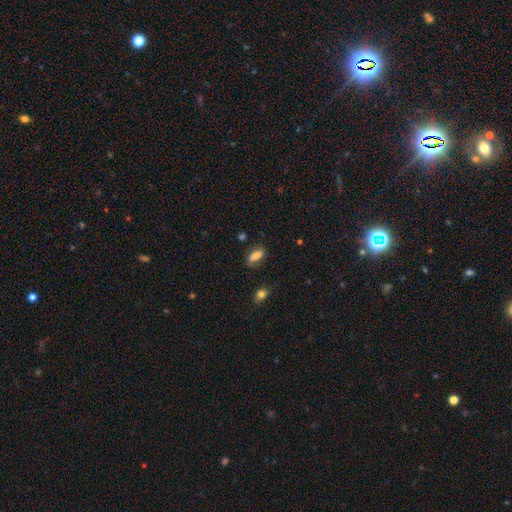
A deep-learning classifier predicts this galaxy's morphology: This is likely a smooth galaxy (77%). How rounded: likely in between (76%). Merging: likely none (73%).